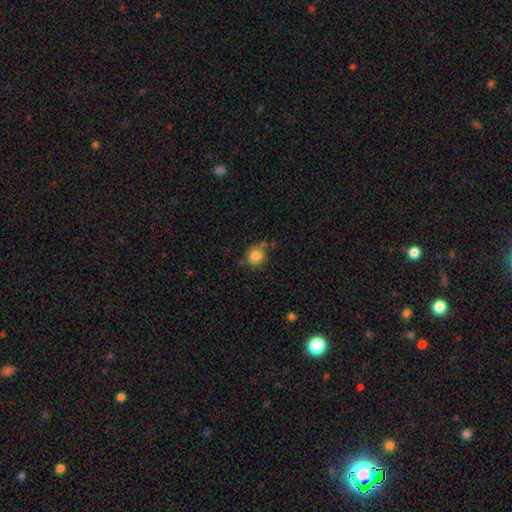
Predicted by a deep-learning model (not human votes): Smooth or featured: smooth — 85% (star or artifact — 10%)
How rounded: round — 84% (in between — 15%)
Merging: none — 66% (minor disturbance — 20%)